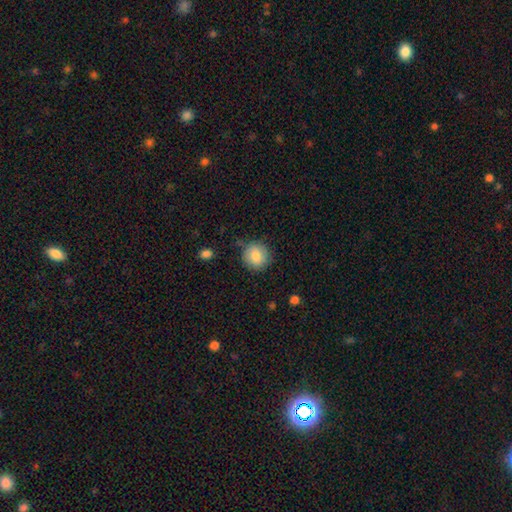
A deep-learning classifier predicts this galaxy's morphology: This appears to be a smooth galaxy with no disk features (85%) that is round (89%). Merging: none (82%).